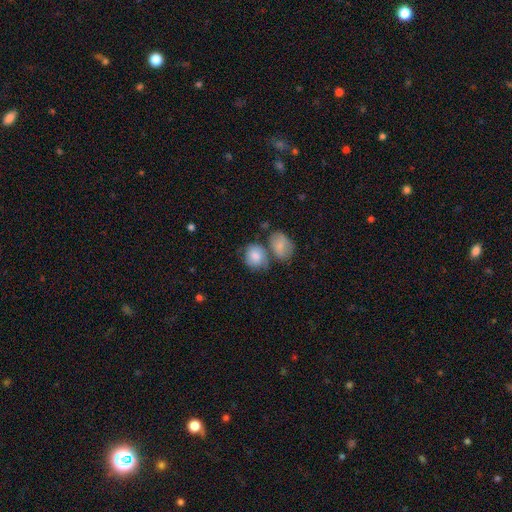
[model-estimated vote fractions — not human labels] Overall: smooth (80%). How rounded: round (60%; in between 39%). Merging: none (40%; merger 37%).